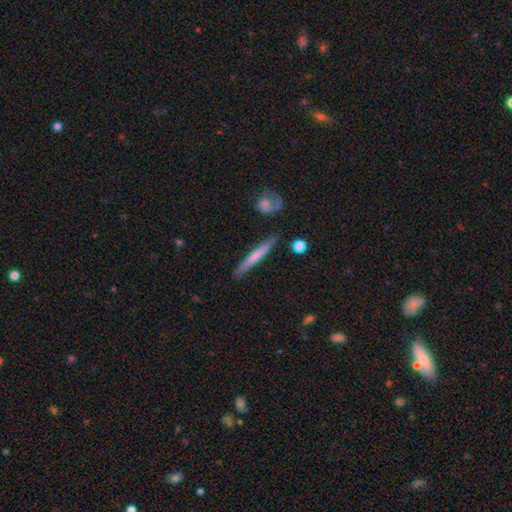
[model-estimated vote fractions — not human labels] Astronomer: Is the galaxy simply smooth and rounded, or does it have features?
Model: smooth — 55% (runner-up: featured or disk, 39%).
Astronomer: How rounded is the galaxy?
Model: cigar-shaped — 95%.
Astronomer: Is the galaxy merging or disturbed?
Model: none — 85%.